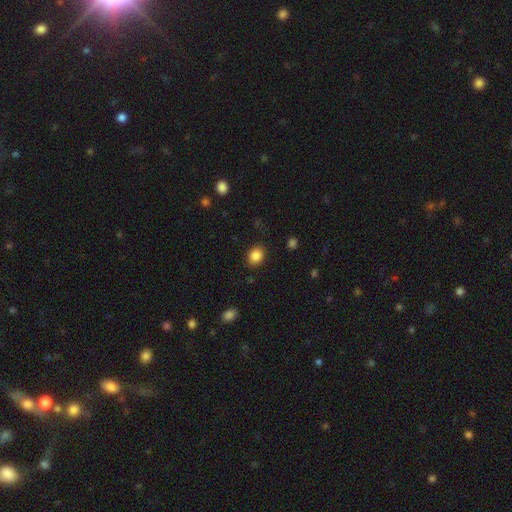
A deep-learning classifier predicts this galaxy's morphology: Smooth or featured? Predicted: smooth (p=0.86). How rounded? Predicted: in between (p=0.52). Merging? Predicted: none (p=0.87).